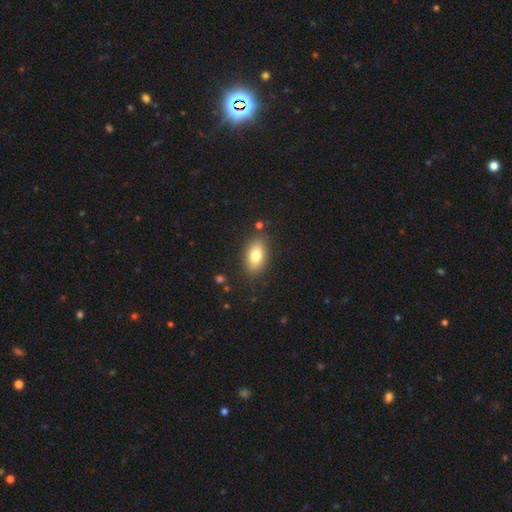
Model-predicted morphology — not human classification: A smooth galaxy with no disk features (79%) that is in between round and cigar-shaped (89%). Merging: none (84%).